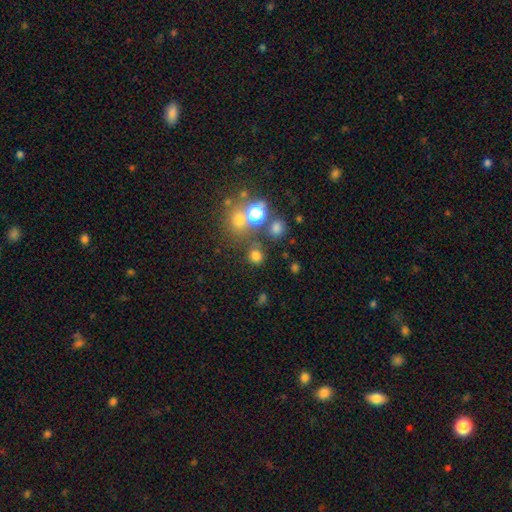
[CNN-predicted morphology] Q: Smooth or featured?
A: smooth (71%); runner-up: star or artifact (22%)
Q: How rounded?
A: round (83%); runner-up: in between (16%)
Q: Merging?
A: none (74%); runner-up: merger (12%)